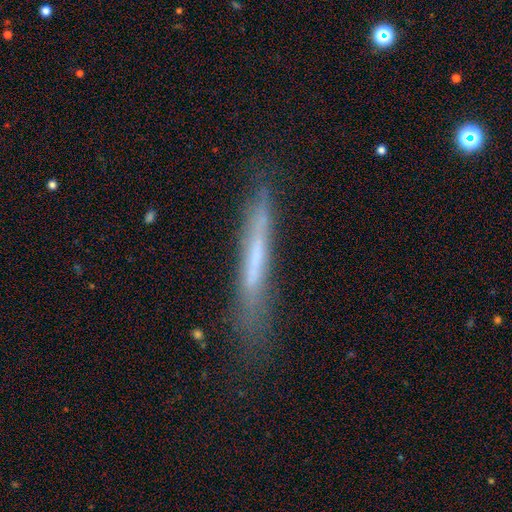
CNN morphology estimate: featured or disk 47%, smooth 43%, star or artifact 9%. Down the decision tree: merging — none (78%).